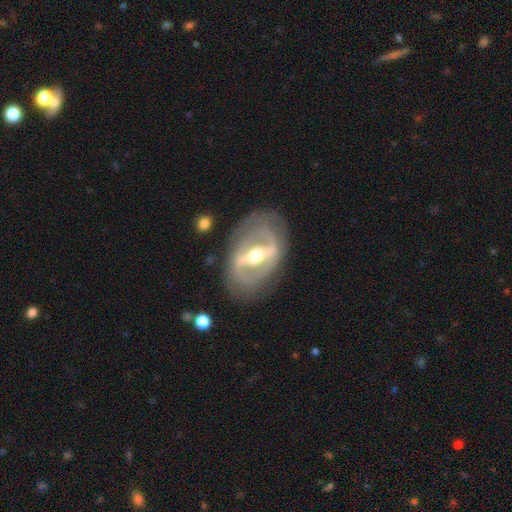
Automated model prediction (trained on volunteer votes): smooth_or_featured: featured or disk (p=0.83) [alt: smooth p=0.11]
disk_edge_on: no (p=0.90) [alt: yes p=0.10]
bar: strong (p=0.76) [alt: weak p=0.17]
has_spiral_arms: yes (p=0.53) [alt: no p=0.47]
bulge_size: moderate (p=0.71) [alt: small p=0.15]
merging: none (p=0.78) [alt: minor disturbance p=0.13]